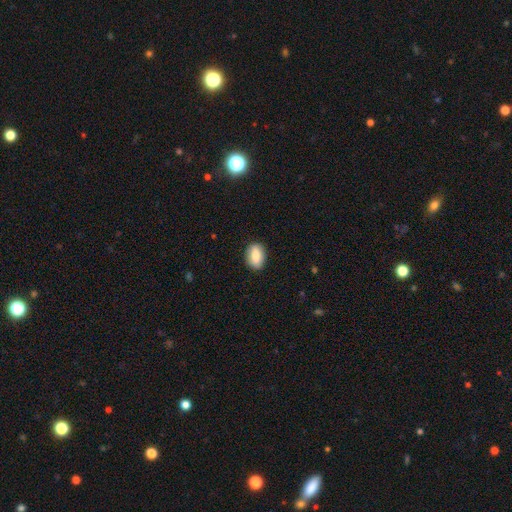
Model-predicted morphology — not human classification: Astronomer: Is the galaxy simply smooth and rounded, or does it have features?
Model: smooth — 78%.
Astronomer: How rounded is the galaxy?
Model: in between — 81%.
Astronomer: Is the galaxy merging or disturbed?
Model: none — 88%.